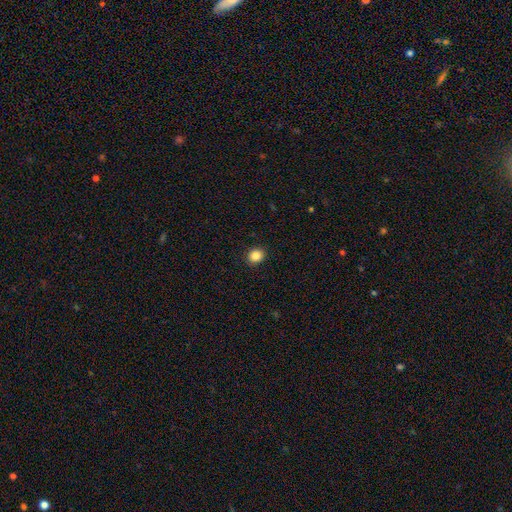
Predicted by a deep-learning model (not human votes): Smooth or featured?
  - smooth: 86% *
  - star or artifact: 10%
  - featured or disk: 4%
How rounded?
  - round: 71% *
  - in between: 28%
  - cigar-shaped: 1%
Merging?
  - none: 91% *
  - minor disturbance: 6%
  - major disturbance: 2%
  - merger: 1%